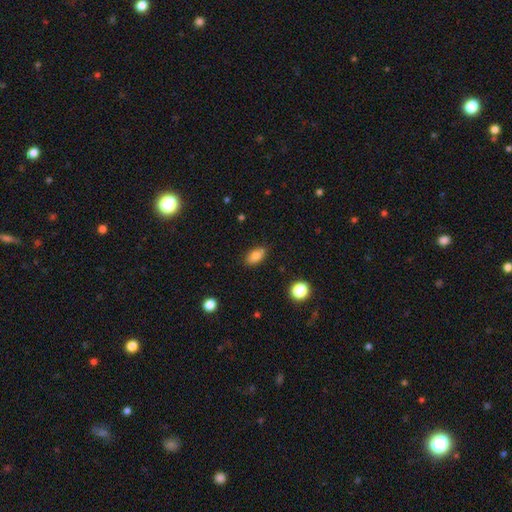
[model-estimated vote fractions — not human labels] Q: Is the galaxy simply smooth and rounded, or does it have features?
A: smooth — 83%.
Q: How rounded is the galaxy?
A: in between — 89%.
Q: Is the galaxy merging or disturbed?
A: none — 85%.